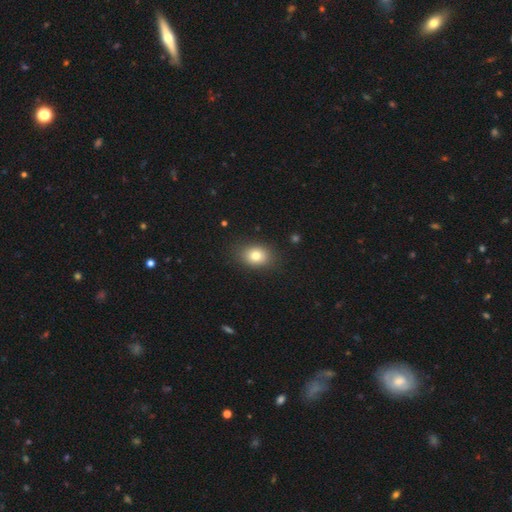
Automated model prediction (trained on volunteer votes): Smooth or featured? Predicted: smooth (p=0.79). How rounded? Predicted: in between (p=0.66). Merging? Predicted: none (p=0.85).